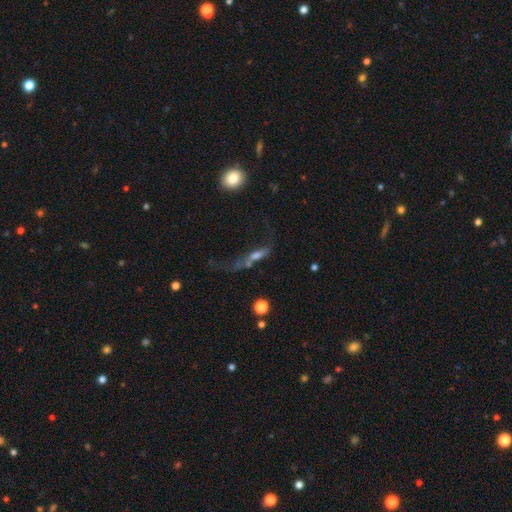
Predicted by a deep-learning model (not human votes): This is possibly a featured or disk galaxy (46%). Merging: marginally major disturbance (40%).